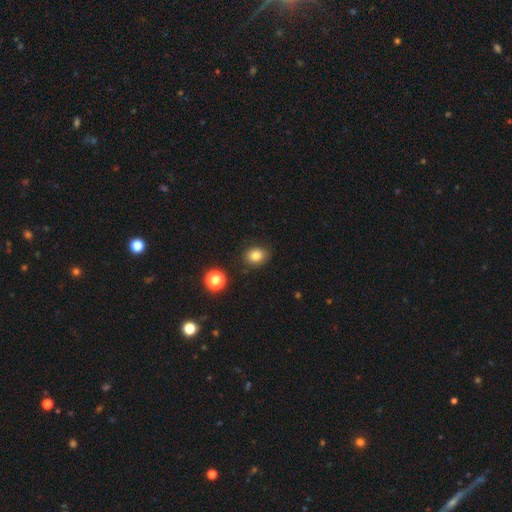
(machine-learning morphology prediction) Q: Smooth or featured?
A: smooth (82%); runner-up: star or artifact (12%)
Q: How rounded?
A: round (50%); runner-up: in between (49%)
Q: Merging?
A: none (85%); runner-up: minor disturbance (10%)